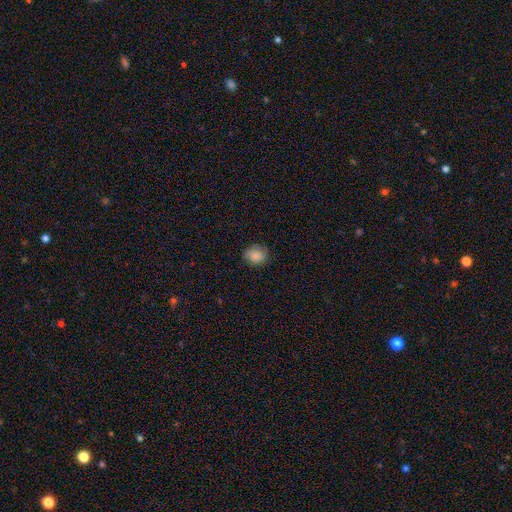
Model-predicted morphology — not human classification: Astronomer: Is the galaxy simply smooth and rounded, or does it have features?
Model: smooth — 81%.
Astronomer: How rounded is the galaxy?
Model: round — 55% (runner-up: in between, 44%).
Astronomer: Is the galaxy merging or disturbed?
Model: none — 72%.